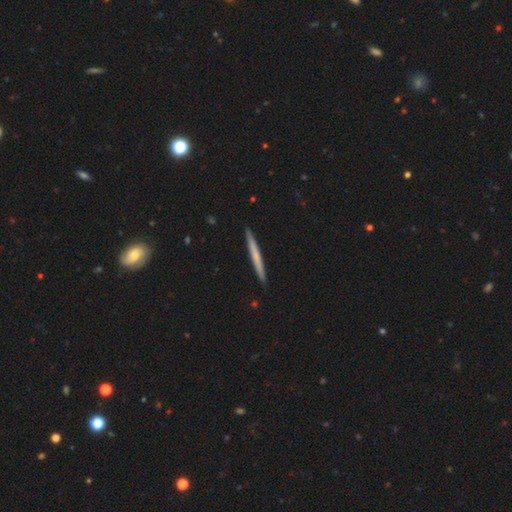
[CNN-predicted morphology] A smooth galaxy with no disk features (54%) that is cigar-shaped (97%). Merging: none (92%).